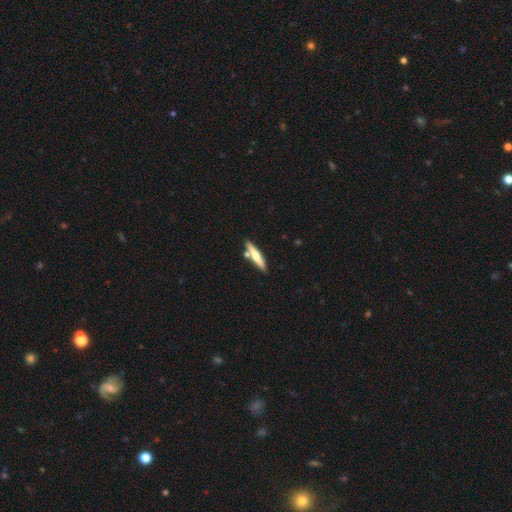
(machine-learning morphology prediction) smooth-or-featured: smooth: 55% | featured or disk: 40% | star or artifact: 5%
  how-rounded: cigar-shaped: 86% | in between: 12% | round: 2%
  merging: none: 75% | merger: 11% | minor disturbance: 11% | major disturbance: 2%